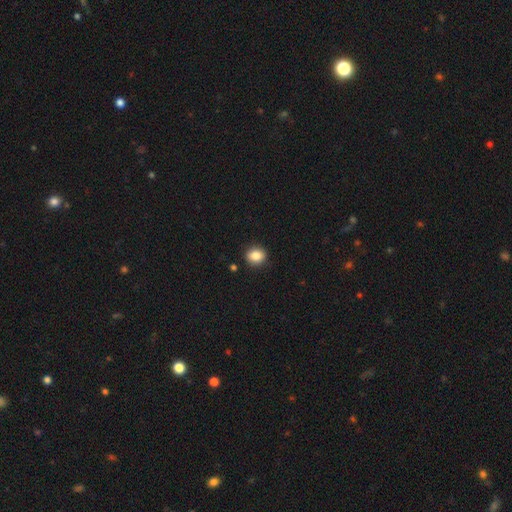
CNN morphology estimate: Q: Smooth or featured?
A: smooth (86%); runner-up: star or artifact (10%)
Q: How rounded?
A: round (61%); runner-up: in between (38%)
Q: Merging?
A: none (89%); runner-up: minor disturbance (8%)